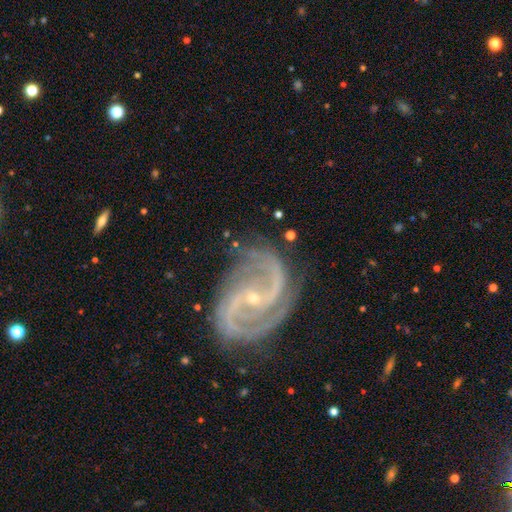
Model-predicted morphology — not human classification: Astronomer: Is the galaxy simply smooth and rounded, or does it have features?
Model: featured or disk — 92%.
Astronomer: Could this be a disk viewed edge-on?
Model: no — 98%.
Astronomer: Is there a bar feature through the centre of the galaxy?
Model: no — 50% (runner-up: weak, 32%).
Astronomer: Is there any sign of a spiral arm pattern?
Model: yes — 98%.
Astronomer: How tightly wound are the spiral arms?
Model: medium — 57%.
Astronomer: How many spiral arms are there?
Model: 2 — 82%.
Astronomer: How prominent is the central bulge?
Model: small — 85%.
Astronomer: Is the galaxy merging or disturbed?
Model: none — 71%.